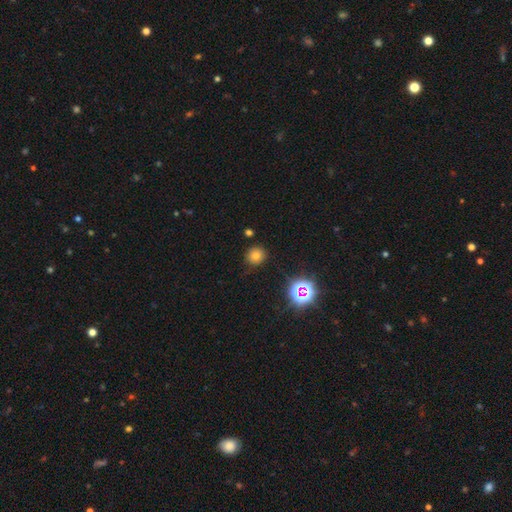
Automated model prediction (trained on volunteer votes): Smooth or featured: smooth — 72% (star or artifact — 20%)
How rounded: round — 89% (in between — 10%)
Merging: none — 84% (minor disturbance — 11%)